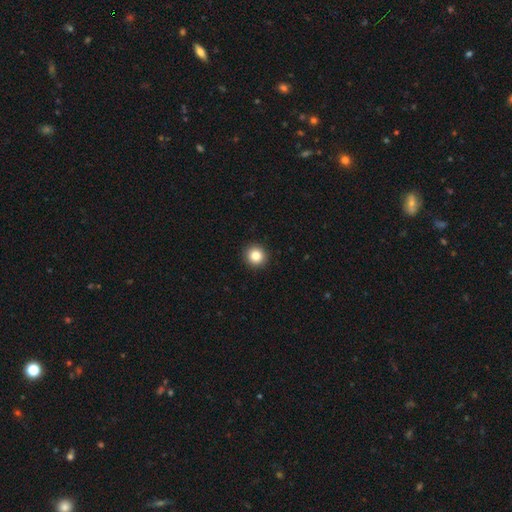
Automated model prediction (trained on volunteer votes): The model was most divided on "smooth or featured": smooth: 83%, star or artifact: 11%, featured or disk: 6%. More confident: how rounded — round (93%); merging — none (93%).